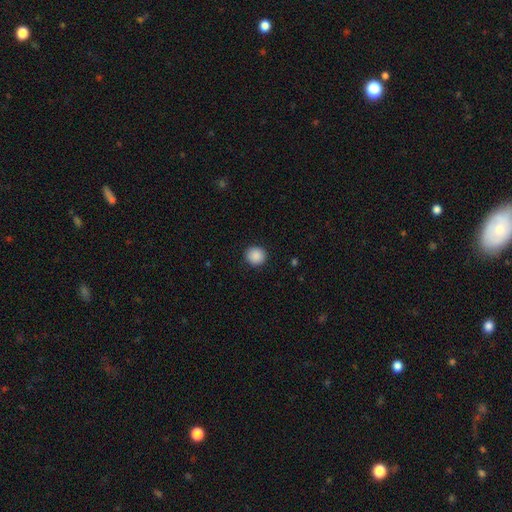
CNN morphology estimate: This appears to be a smooth galaxy with no disk features (89%) that is round (91%). Merging: none (92%).